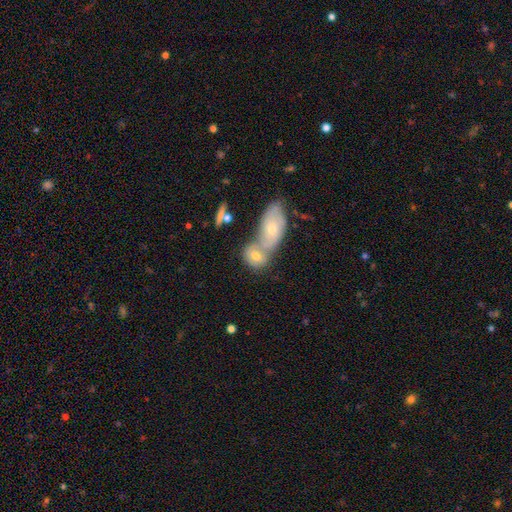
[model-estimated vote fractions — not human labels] Smooth or featured: smooth — 62% (featured or disk — 29%)
How rounded: in between — 68% (round — 27%)
Merging: merger — 60% (none — 28%)